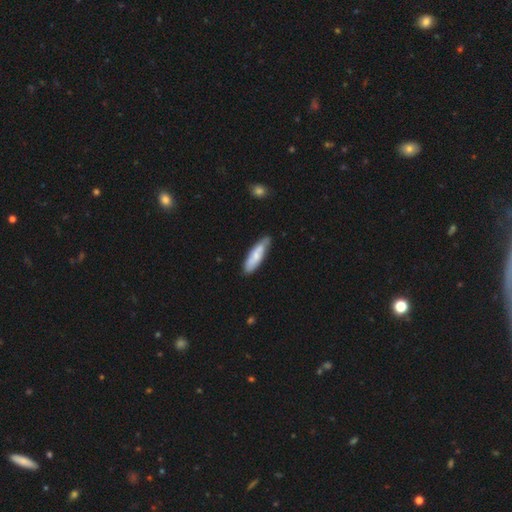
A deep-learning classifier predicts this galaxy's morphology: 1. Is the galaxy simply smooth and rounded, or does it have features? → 60% smooth, 34% featured or disk, 5% star or artifact.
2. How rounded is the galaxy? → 56% cigar-shaped, 42% in between, 2% round.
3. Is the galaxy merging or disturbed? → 69% none, 23% minor disturbance, 4% major disturbance, 4% merger.